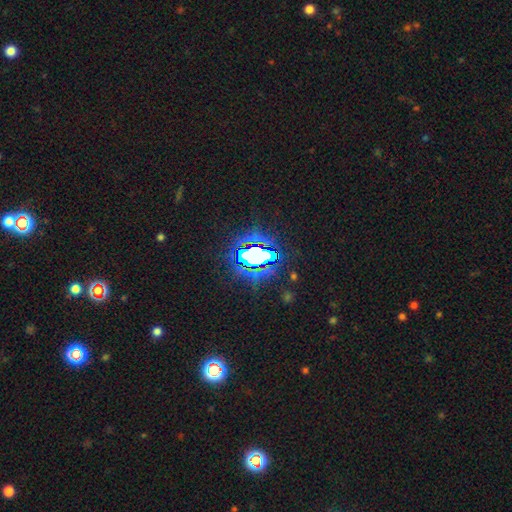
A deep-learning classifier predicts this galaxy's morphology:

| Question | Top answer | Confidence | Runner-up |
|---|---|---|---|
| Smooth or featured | star or artifact | 69% | smooth (18%) |